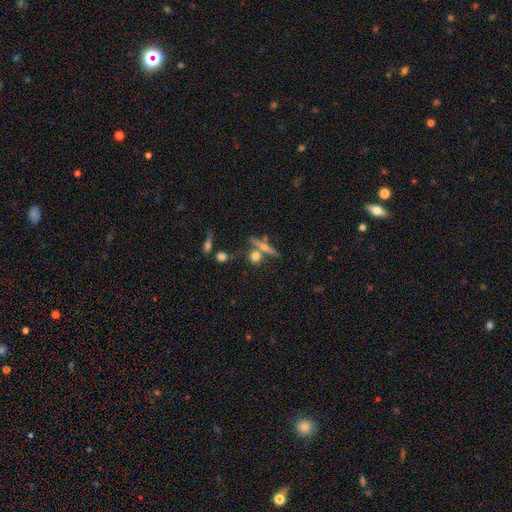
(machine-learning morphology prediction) type=smooth (48%); merging=none (63%).